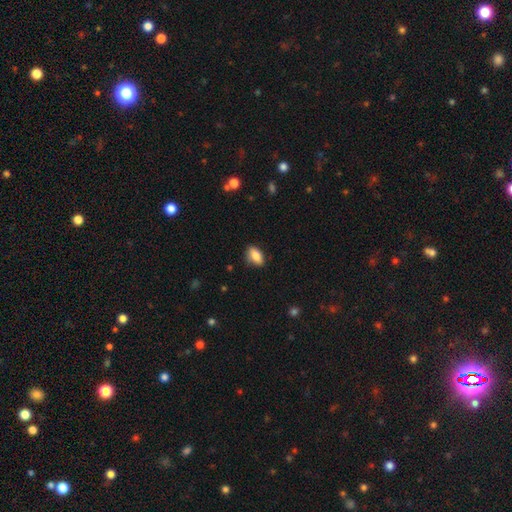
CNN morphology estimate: The model was most divided on "merging": none: 79%, minor disturbance: 17%, major disturbance: 3%, merger: 1%. More confident: how rounded — in between (90%); smooth or featured — smooth (84%).